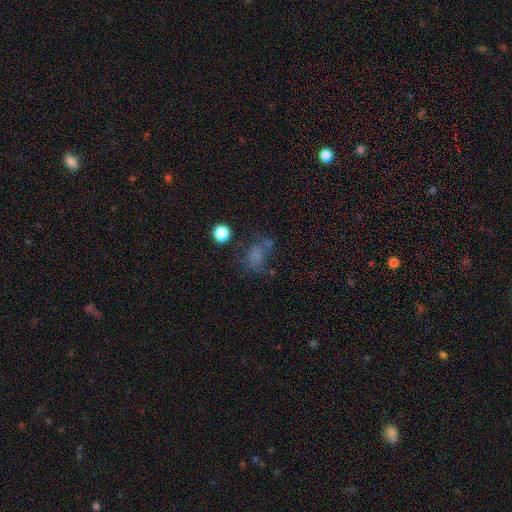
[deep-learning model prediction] This appears to be a smooth galaxy with no disk features (60%) that is in between round and cigar-shaped (55%). Merging: none (45%).